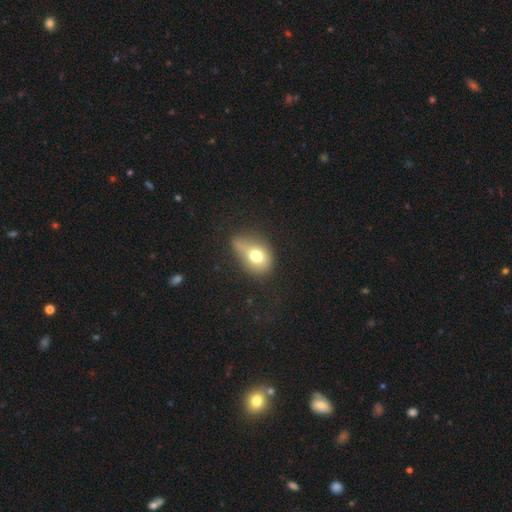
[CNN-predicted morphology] smooth 69%, featured or disk 19%, star or artifact 12%. Down the decision tree: how rounded — in between (68%); merging — minor disturbance (38%).